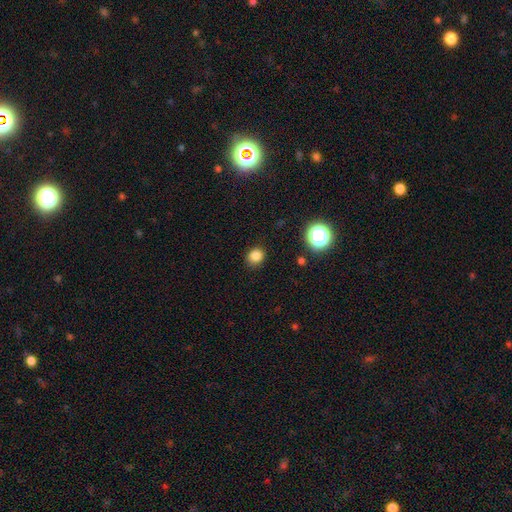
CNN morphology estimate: Smooth or featured? Predicted: smooth (p=0.82). How rounded? Predicted: round (p=0.69). Merging? Predicted: none (p=0.85).